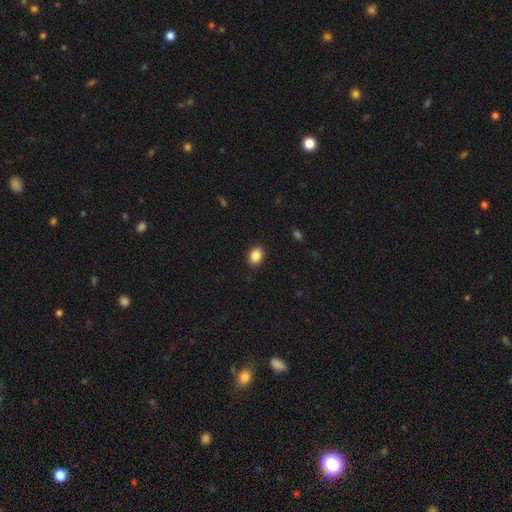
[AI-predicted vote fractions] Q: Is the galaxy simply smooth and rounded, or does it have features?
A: smooth — 87%.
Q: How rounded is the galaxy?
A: in between — 63%.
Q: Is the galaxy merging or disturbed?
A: none — 90%.